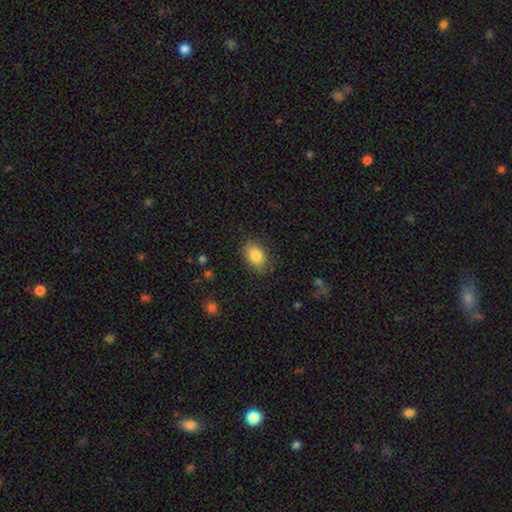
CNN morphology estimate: This is clearly a smooth galaxy (83%). How rounded: clearly in between (83%). Merging: likely none (80%).